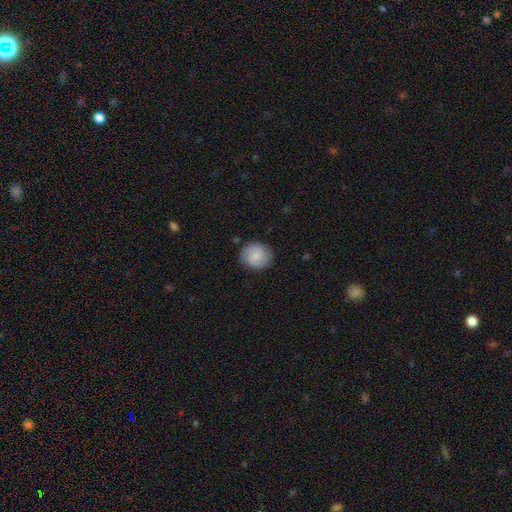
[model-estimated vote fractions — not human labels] This is possibly a smooth galaxy (58%). How rounded: clearly round (83%). Merging: clearly none (84%).